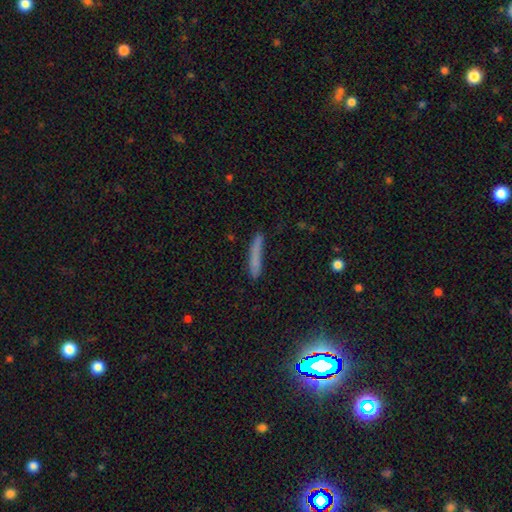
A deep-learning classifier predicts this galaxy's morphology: Smooth or featured? smooth (68%)
How rounded? cigar-shaped (93%)
Merging? none (76%)